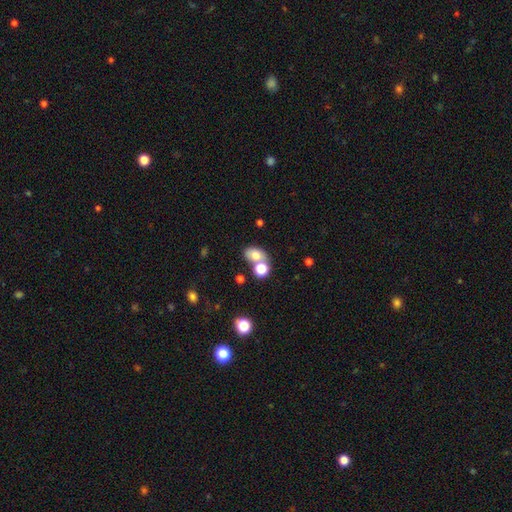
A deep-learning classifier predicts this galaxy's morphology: Overall: smooth (72%). How rounded: in between (72%). Merging: none (46%; merger 38%).